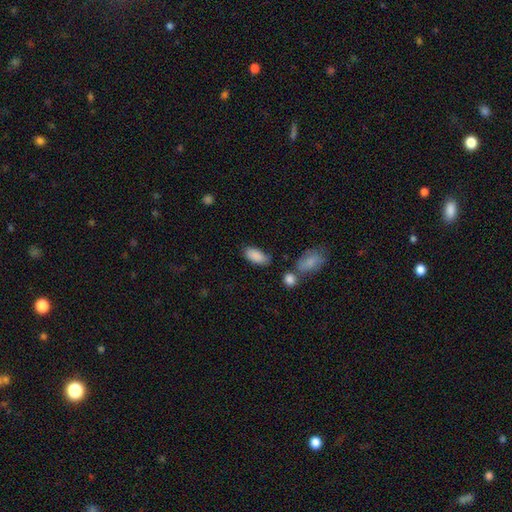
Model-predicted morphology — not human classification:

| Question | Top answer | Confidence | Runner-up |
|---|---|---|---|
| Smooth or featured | smooth | 87% | star or artifact (7%) |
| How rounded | in between | 91% | cigar-shaped (6%) |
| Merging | none | 69% | minor disturbance (20%) |